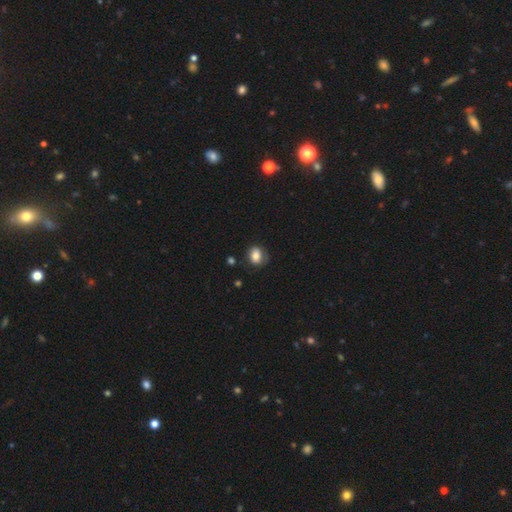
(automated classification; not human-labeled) This is likely a smooth galaxy (79%). How rounded: possibly in between (55%). Merging: likely none (68%).